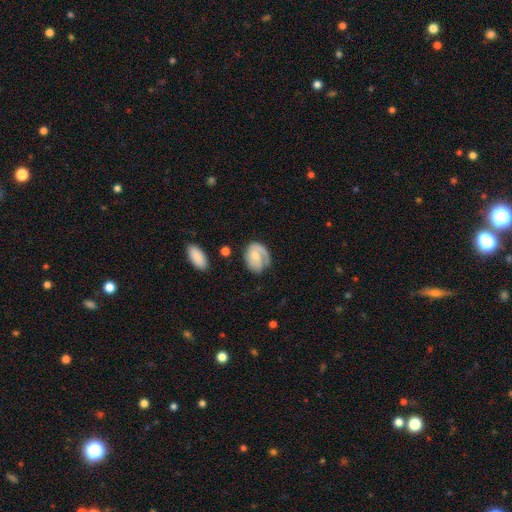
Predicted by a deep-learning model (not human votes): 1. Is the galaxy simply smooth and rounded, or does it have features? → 56% featured or disk, 38% smooth, 6% star or artifact.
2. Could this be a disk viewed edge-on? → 97% no, 3% yes.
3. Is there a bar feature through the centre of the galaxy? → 64% no, 30% weak, 5% strong.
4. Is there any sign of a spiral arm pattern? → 85% yes, 15% no.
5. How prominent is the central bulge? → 48% small, 34% moderate, 12% none, 4% large, 2% dominant.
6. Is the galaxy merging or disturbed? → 58% none, 23% minor disturbance, 16% major disturbance, 3% merger.